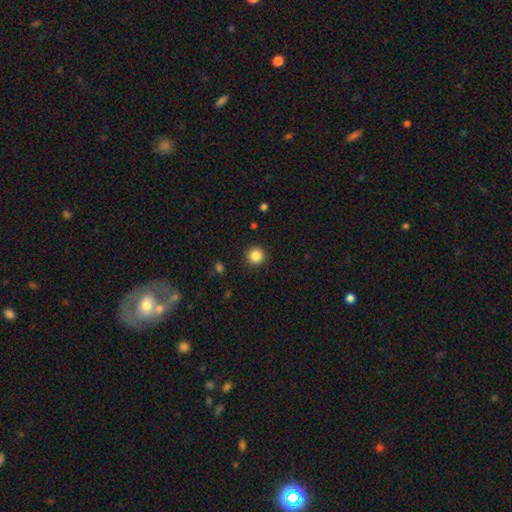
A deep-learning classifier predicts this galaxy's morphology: Smooth or featured: smooth — 86% (star or artifact — 10%)
How rounded: round — 95% (in between — 4%)
Merging: none — 92% (minor disturbance — 5%)